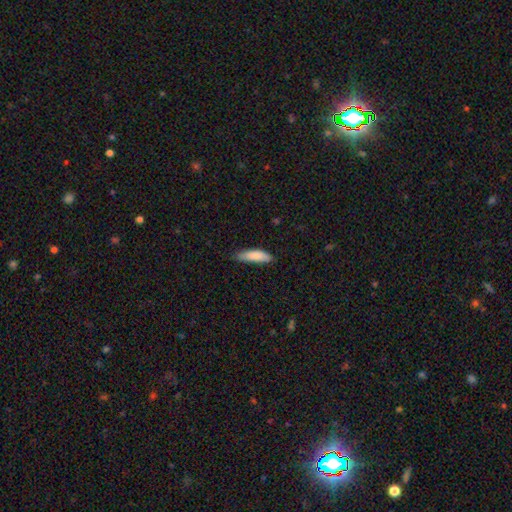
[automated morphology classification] Q: Smooth or featured?
A: smooth (84%); runner-up: featured or disk (10%)
Q: How rounded?
A: cigar-shaped (58%); runner-up: in between (41%)
Q: Merging?
A: none (67%); runner-up: minor disturbance (27%)